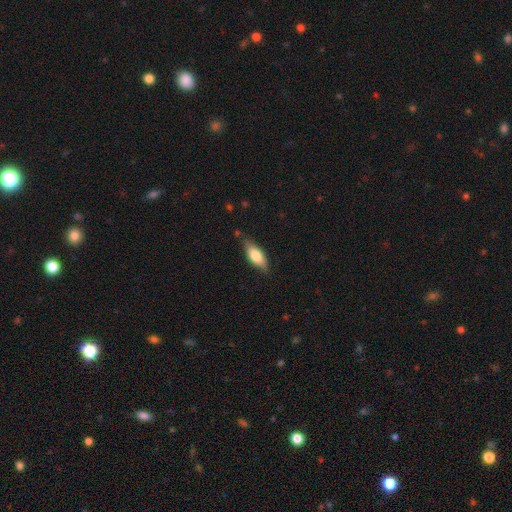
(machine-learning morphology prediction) Smooth or featured? smooth (72%)
How rounded? in between (75%)
Merging? none (76%)